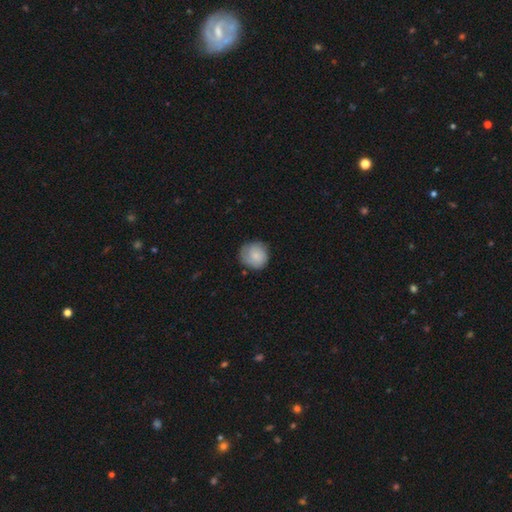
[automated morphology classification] This appears to be a smooth galaxy with no disk features (77%) that is round (88%). Merging: none (73%).